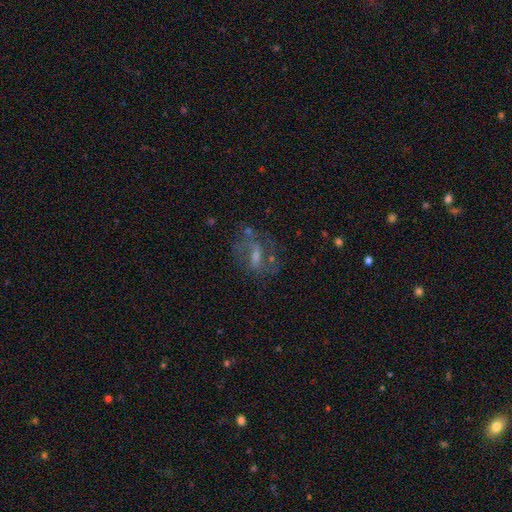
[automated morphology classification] This appears to be a featured or disk galaxy (59%) with a weak bar (48%), spiral arms (69%) and a small central bulge (39%). Merging: none (65%).